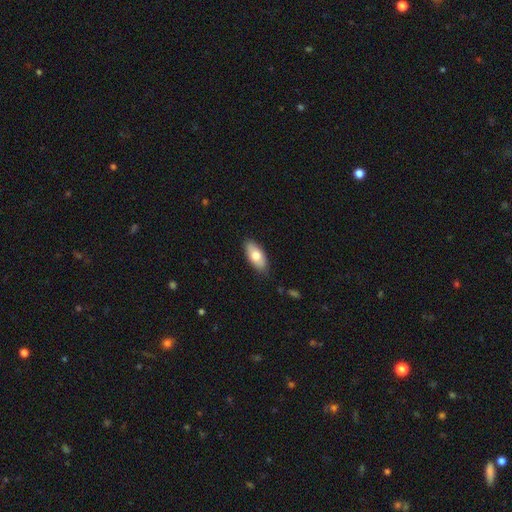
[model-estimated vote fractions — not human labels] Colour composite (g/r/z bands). It shows a smooth galaxy with no disk features (74%) that is in between round and cigar-shaped (90%). Merging: none (85%).